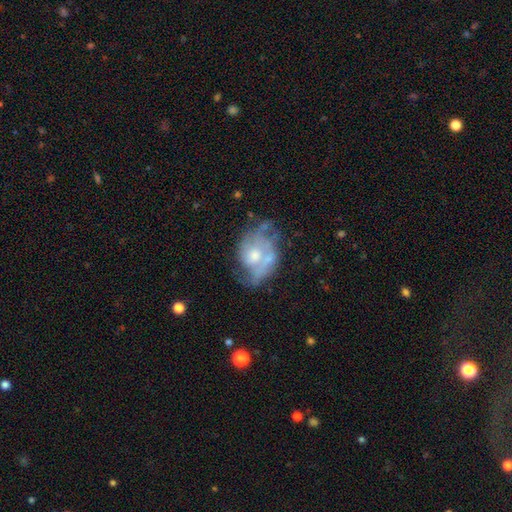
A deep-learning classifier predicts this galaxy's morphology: Q: Smooth or featured?
A: featured or disk (68%); runner-up: smooth (25%)
Q: Edge-on disk?
A: no (97%); runner-up: yes (3%)
Q: Bar?
A: no (78%); runner-up: weak (19%)
Q: Spiral arms?
A: yes (66%); runner-up: no (34%)
Q: Bulge size?
A: moderate (56%); runner-up: small (31%)
Q: Merging?
A: none (45%); runner-up: minor disturbance (27%)